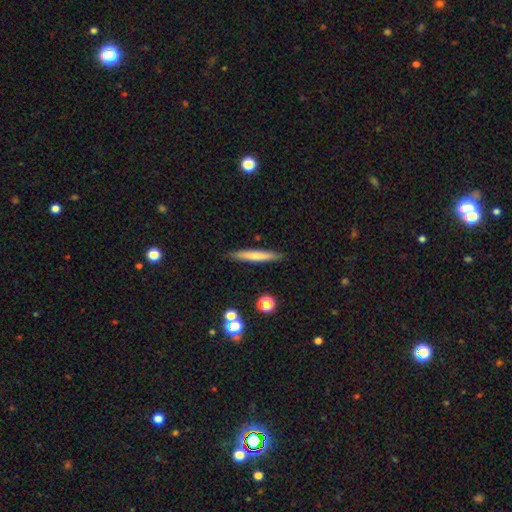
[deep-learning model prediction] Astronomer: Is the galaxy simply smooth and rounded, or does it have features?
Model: smooth — 67%.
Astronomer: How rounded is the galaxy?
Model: cigar-shaped — 94%.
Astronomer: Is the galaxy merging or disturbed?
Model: none — 89%.